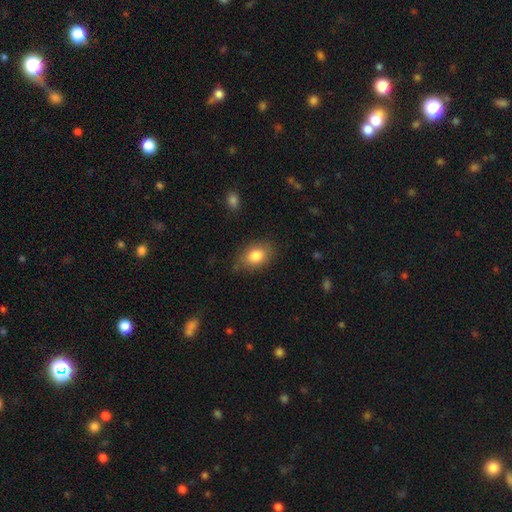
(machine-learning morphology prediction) The model was most divided on "merging": none: 75%, minor disturbance: 19%, major disturbance: 5%, merger: 2%. More confident: smooth or featured — smooth (83%); how rounded — in between (78%).